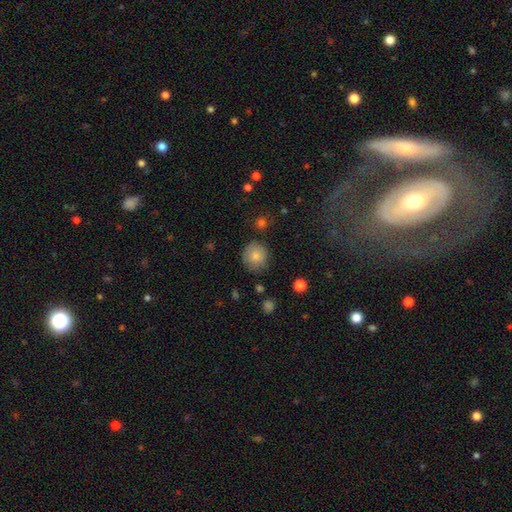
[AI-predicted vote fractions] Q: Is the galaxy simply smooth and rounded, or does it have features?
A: smooth — 81%.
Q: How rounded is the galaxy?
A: round — 90%.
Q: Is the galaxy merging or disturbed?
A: none — 79%.